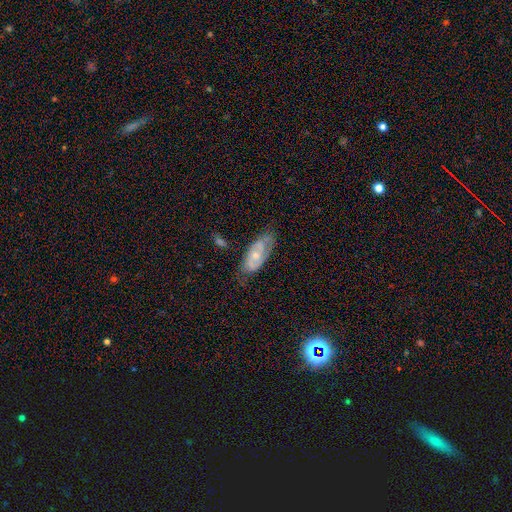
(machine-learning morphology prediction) The model was most divided on "bulge size": small: 48%, moderate: 47%, large: 2%, none: 2%, dominant: 1%. More confident: edge-on disk — no (88%); bar — no (71%); spiral arms — yes (63%); merging — none (62%); smooth or featured — featured or disk (57%).